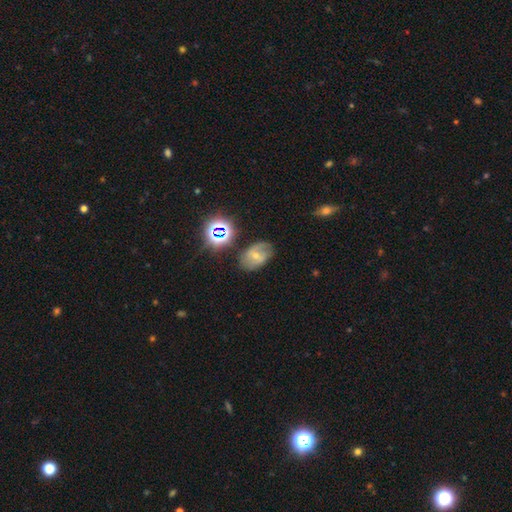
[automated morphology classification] Q: Smooth or featured?
A: featured or disk (52%); runner-up: smooth (31%)
Q: Edge-on disk?
A: no (95%); runner-up: yes (5%)
Q: Merging?
A: none (68%); runner-up: minor disturbance (21%)